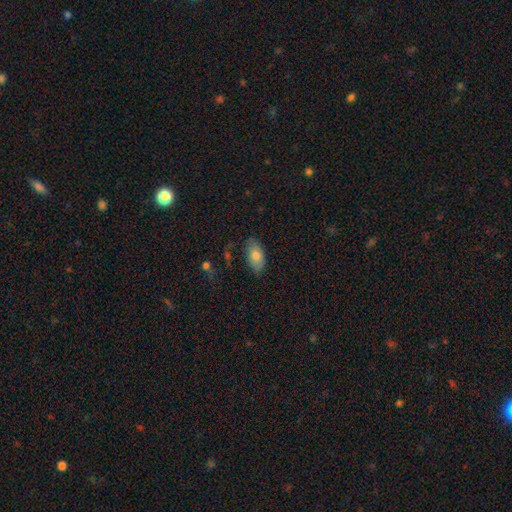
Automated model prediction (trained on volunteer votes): This appears to be a smooth galaxy with no disk features (76%) that is in between round and cigar-shaped (93%). Merging: none (74%).